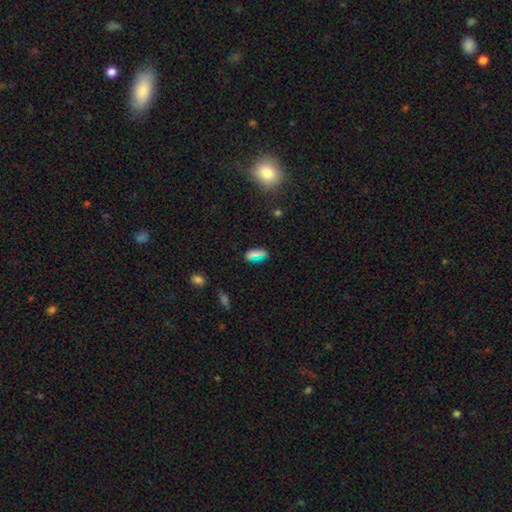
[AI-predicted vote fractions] This is likely a smooth galaxy (64%). How rounded: likely in between (80%). Merging: likely none (79%).